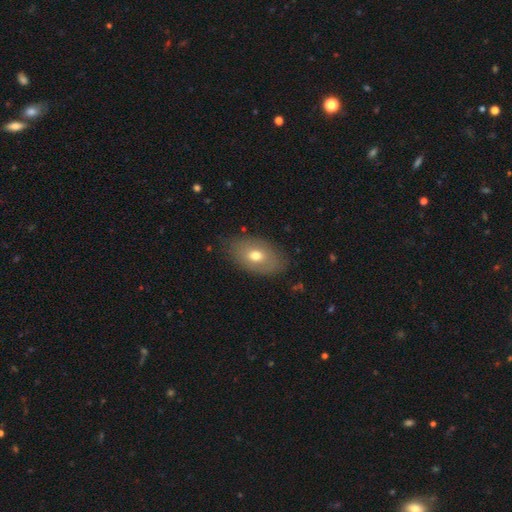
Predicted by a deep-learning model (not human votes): Morphology: type=smooth (66%); roundness=in between (88%); merging=none (78%).